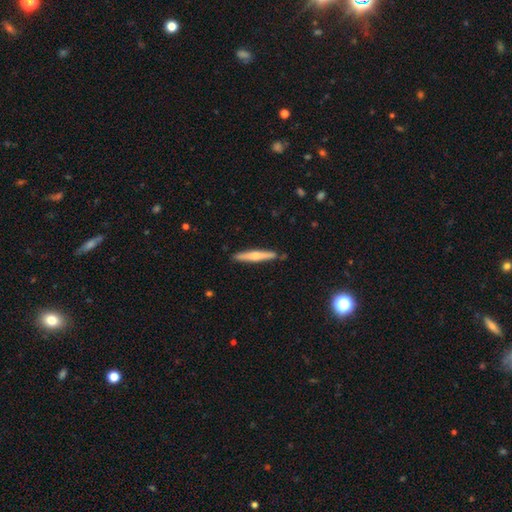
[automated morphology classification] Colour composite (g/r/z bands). It shows a smooth galaxy with no disk features (52%) that is cigar-shaped (94%). Merging: none (88%).